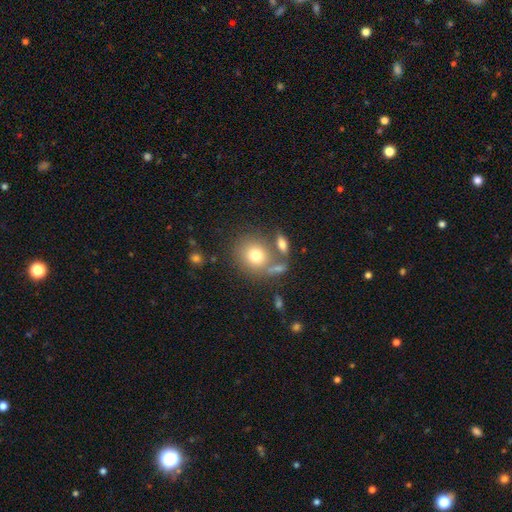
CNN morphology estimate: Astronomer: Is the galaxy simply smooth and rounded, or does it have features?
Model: smooth — 75%.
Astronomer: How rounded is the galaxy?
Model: round — 78%.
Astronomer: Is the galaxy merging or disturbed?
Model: none — 64%.